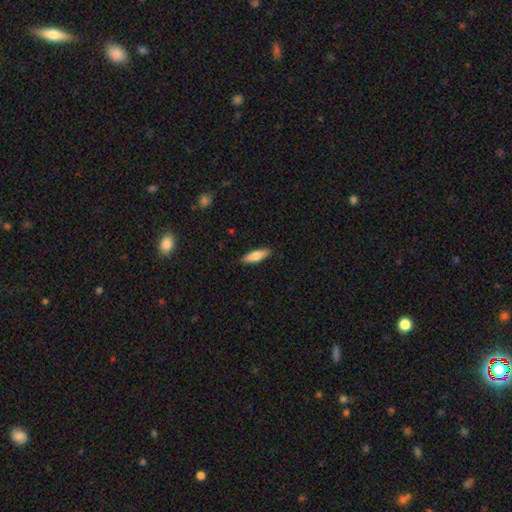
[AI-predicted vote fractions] The model was most divided on "how rounded": cigar-shaped: 56%, in between: 42%, round: 2%. More confident: merging — none (89%); smooth or featured — smooth (75%).